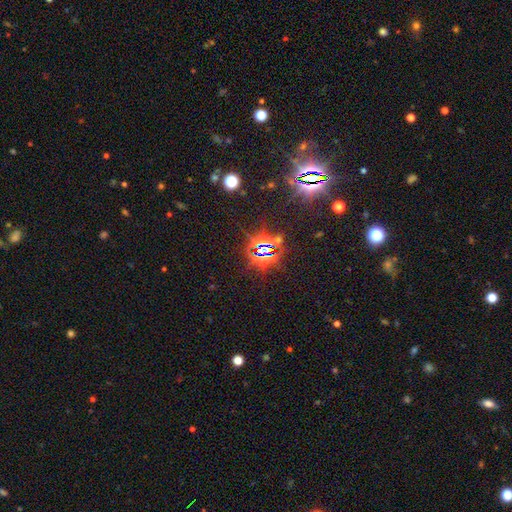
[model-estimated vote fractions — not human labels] This is clearly a star or artifact rather than a galaxy (81%).